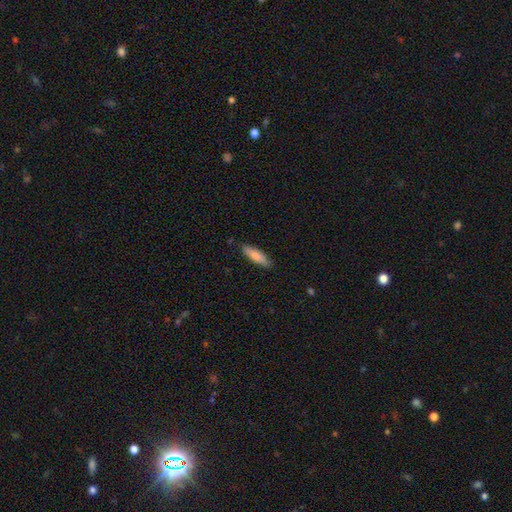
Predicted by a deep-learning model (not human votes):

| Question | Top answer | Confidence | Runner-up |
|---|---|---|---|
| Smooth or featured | smooth | 76% | featured or disk (18%) |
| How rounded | cigar-shaped | 58% | in between (41%) |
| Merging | none | 86% | minor disturbance (11%) |